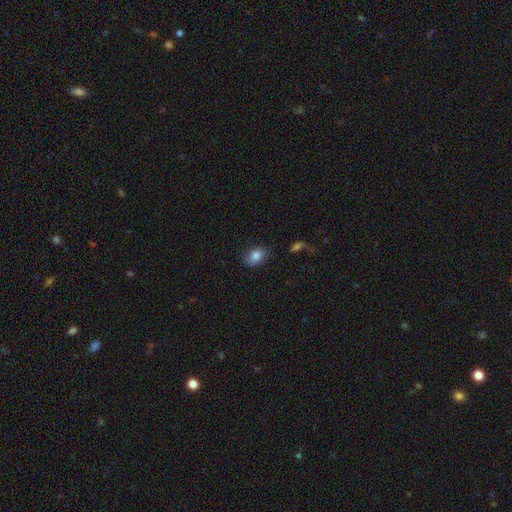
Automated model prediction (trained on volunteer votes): Overall: smooth (83%). How rounded: in between (78%). Merging: none (73%).